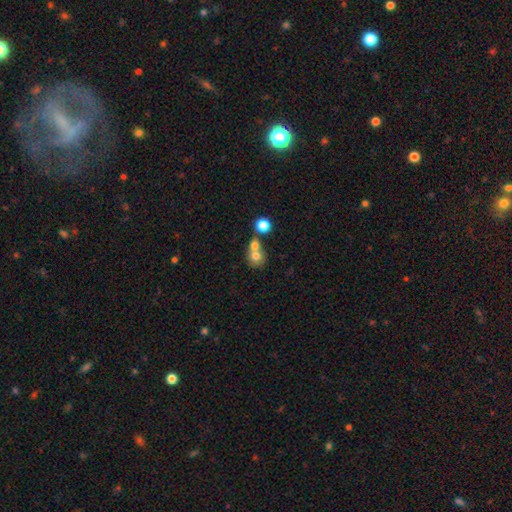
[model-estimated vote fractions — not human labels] Smooth or featured: smooth — 71% (featured or disk — 18%)
How rounded: round — 80% (in between — 19%)
Merging: merger — 56% (none — 35%)